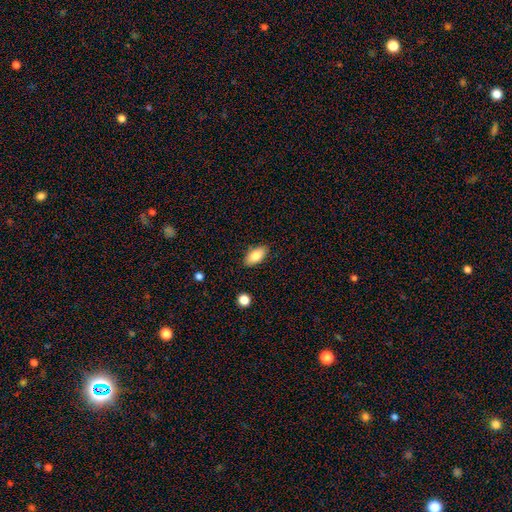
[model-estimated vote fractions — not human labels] Smooth or featured? Predicted: smooth (p=0.83). How rounded? Predicted: in between (p=0.91). Merging? Predicted: none (p=0.86).